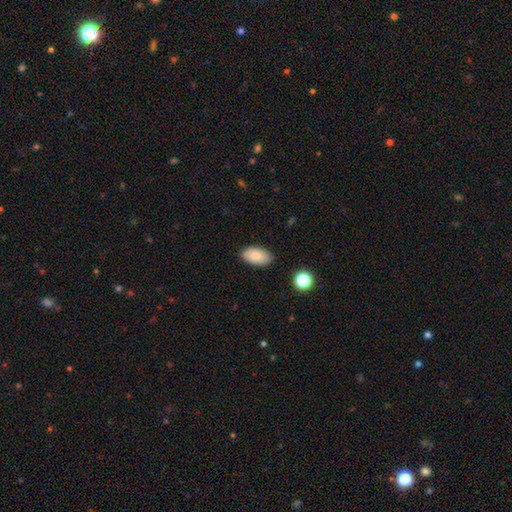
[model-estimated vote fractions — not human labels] This appears to be a smooth galaxy with no disk features (85%) that is in between round and cigar-shaped (94%). Merging: none (85%).